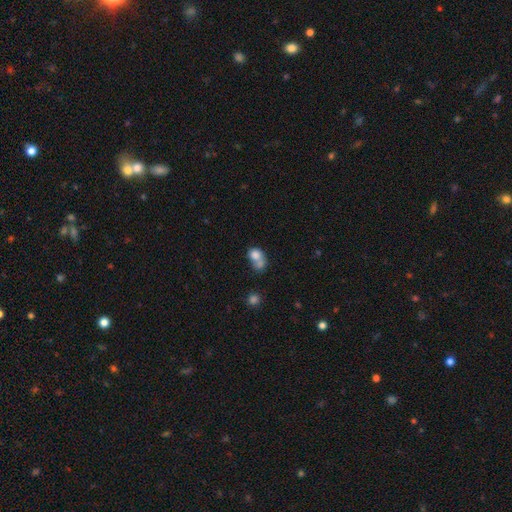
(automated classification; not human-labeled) Smooth or featured? smooth (75%)
How rounded? round (49%, tied with in between)
Merging? merger (53%)